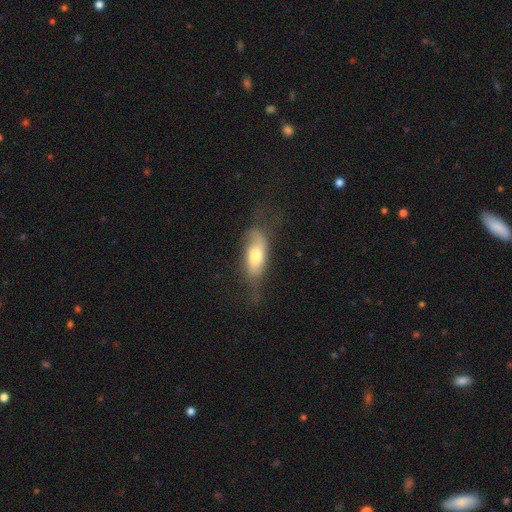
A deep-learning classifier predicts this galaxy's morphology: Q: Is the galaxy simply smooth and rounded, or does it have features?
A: smooth — 59%.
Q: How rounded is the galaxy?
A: in between — 79%.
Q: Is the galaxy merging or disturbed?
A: none — 44%.